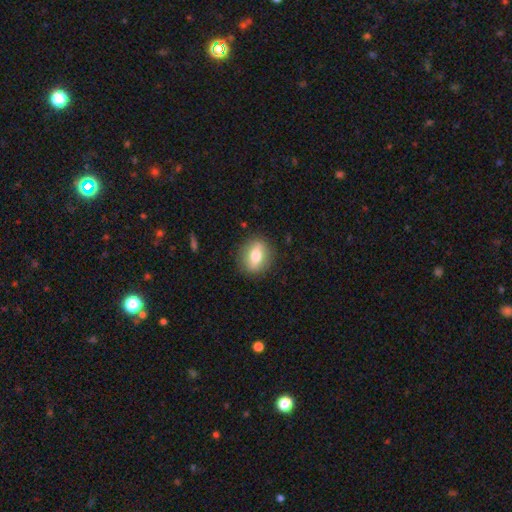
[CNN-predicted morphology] smooth-or-featured: smooth: 65% | featured or disk: 28% | star or artifact: 8%
  how-rounded: in between: 55% | round: 41% | cigar-shaped: 4%
  merging: none: 86% | minor disturbance: 10% | major disturbance: 3% | merger: 1%